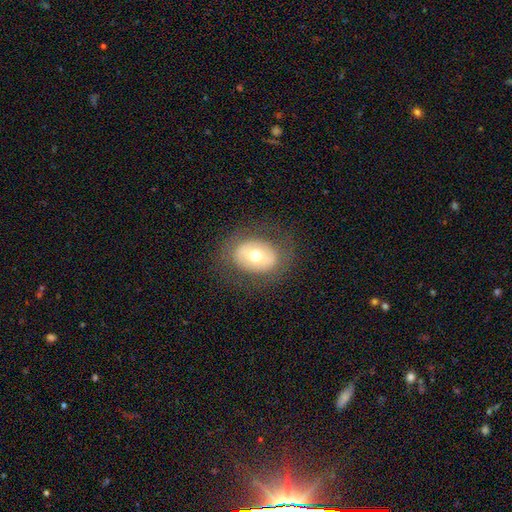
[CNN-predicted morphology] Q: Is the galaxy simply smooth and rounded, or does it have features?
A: smooth — 53%.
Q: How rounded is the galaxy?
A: in between — 62%.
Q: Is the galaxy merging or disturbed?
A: none — 78%.